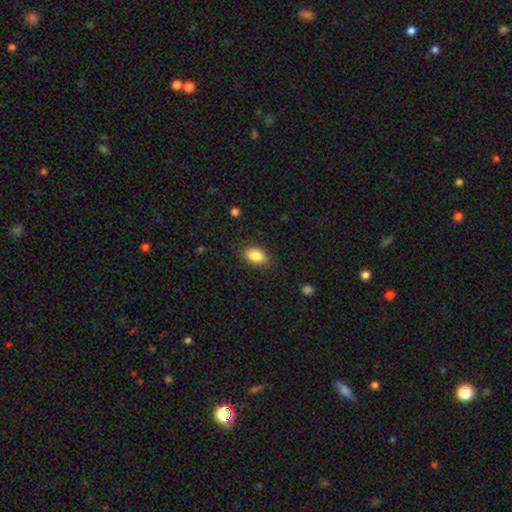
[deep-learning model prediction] smooth 87%, star or artifact 8%, featured or disk 6%. Down the decision tree: how rounded — in between (90%); merging — none (87%).